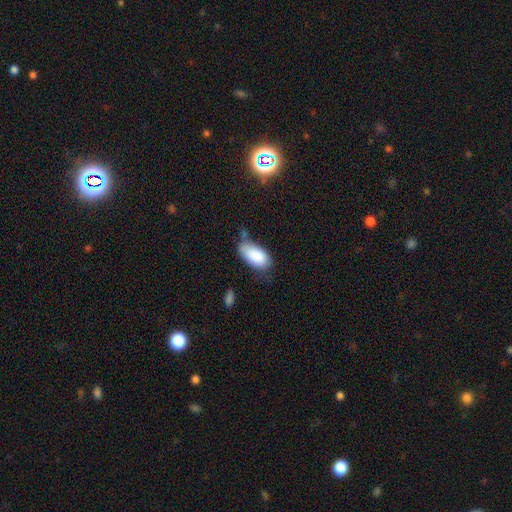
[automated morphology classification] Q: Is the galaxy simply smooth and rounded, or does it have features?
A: smooth — 87%.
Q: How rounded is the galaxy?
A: in between — 94%.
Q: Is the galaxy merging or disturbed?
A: none — 43%.